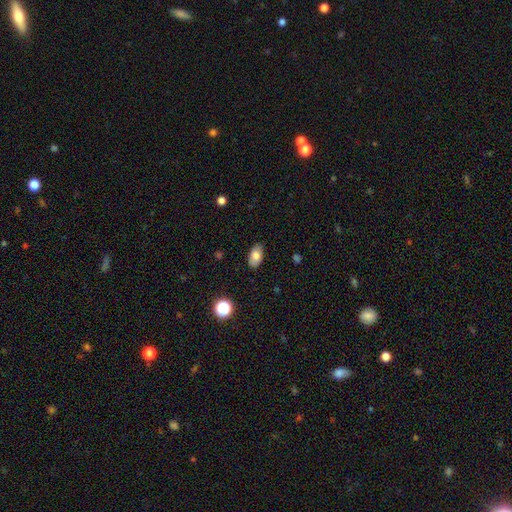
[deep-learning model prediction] Smooth or featured?
  - smooth: 79% *
  - featured or disk: 13%
  - star or artifact: 8%
How rounded?
  - in between: 92% *
  - round: 6%
  - cigar-shaped: 2%
Merging?
  - none: 85% *
  - minor disturbance: 12%
  - major disturbance: 2%
  - merger: 1%